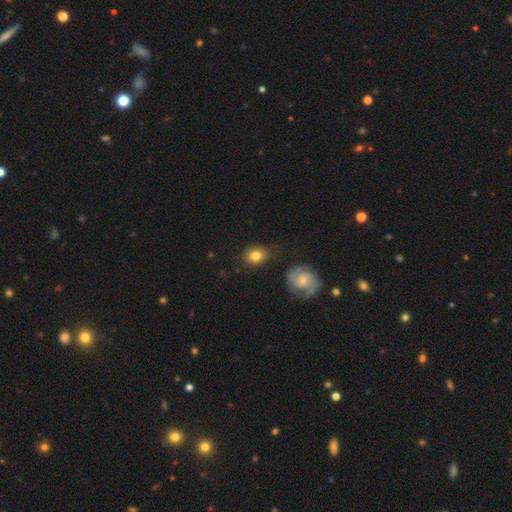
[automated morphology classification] This is likely a smooth galaxy (75%). How rounded: possibly in between (51%). Merging: likely none (72%).